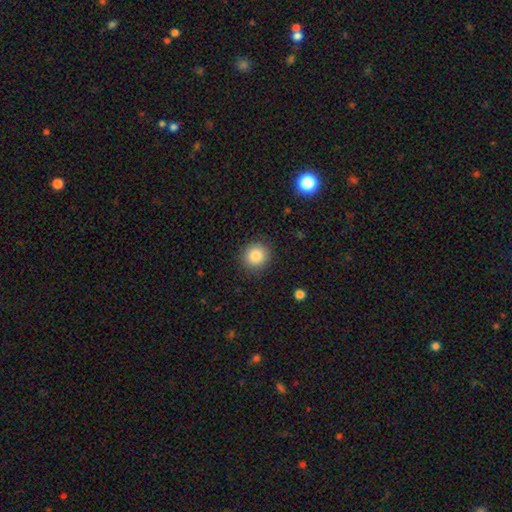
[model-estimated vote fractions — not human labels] The model was most divided on "smooth or featured": smooth: 84%, star or artifact: 10%, featured or disk: 6%. More confident: how rounded — round (90%); merging — none (89%).